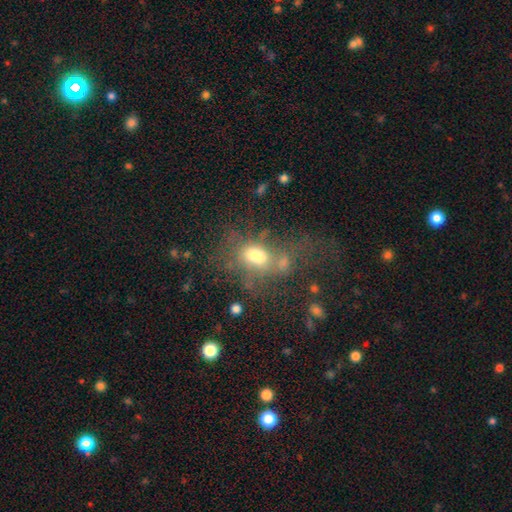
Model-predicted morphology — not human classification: smooth-or-featured: smooth: 54% | featured or disk: 29% | star or artifact: 17%
  how-rounded: in between: 70% | round: 27% | cigar-shaped: 3%
  merging: merger: 39% | major disturbance: 25% | none: 23% | minor disturbance: 13%